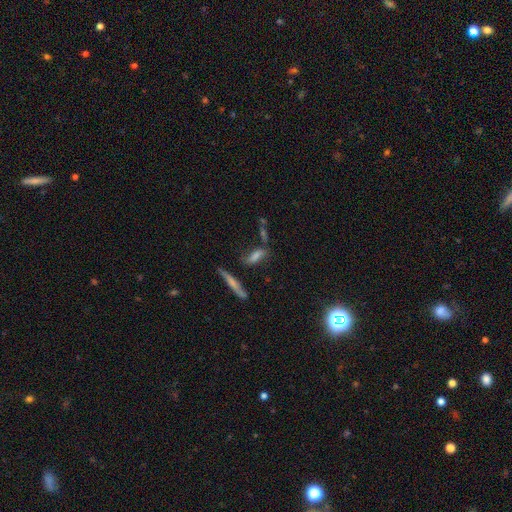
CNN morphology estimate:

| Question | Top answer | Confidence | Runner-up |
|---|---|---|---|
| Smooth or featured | smooth | 53% | featured or disk (30%) |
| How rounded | cigar-shaped | 51% | in between (45%) |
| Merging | none | 52% | minor disturbance (19%) |